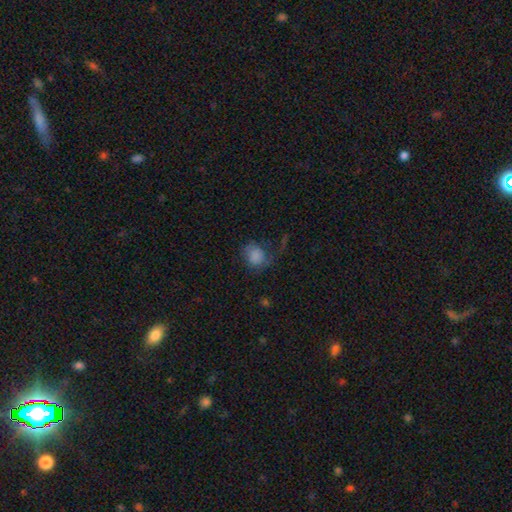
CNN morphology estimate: smooth 76%, featured or disk 14%, star or artifact 10%. Down the decision tree: how rounded — round (65%); merging — none (43%).